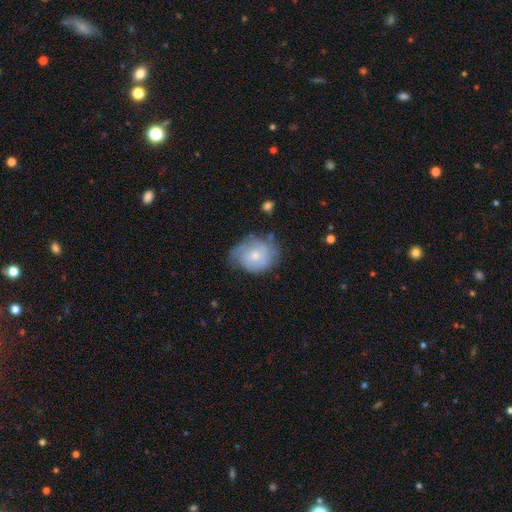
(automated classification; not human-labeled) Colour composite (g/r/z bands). It shows a featured or disk galaxy (50%). Merging: none (52%).